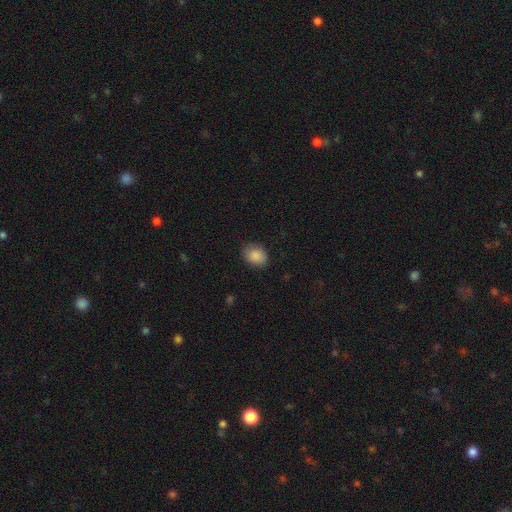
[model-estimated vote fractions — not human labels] smooth_or_featured: smooth (p=0.88) [alt: star or artifact p=0.08]
how_rounded: in between (p=0.52) [alt: round p=0.47]
merging: none (p=0.81) [alt: minor disturbance p=0.15]